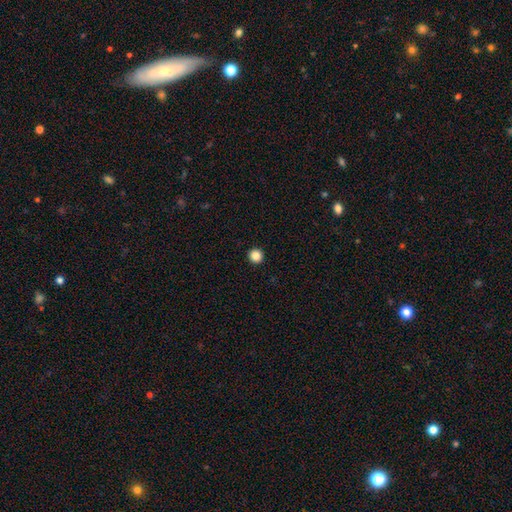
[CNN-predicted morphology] Smooth or featured? Predicted: smooth (p=0.86). How rounded? Predicted: round (p=0.96). Merging? Predicted: none (p=0.94).